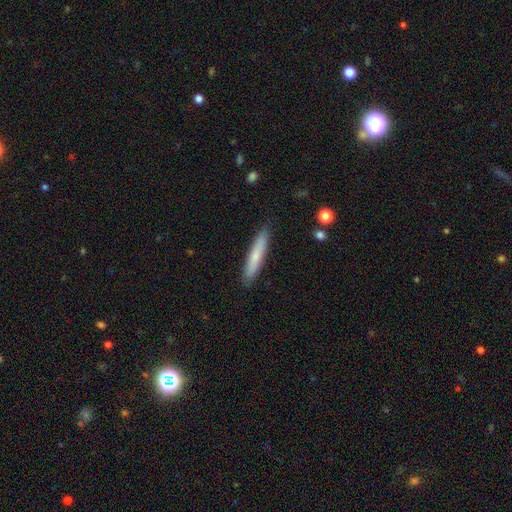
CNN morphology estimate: type=smooth (70%); roundness=cigar-shaped (92%); merging=none (89%).